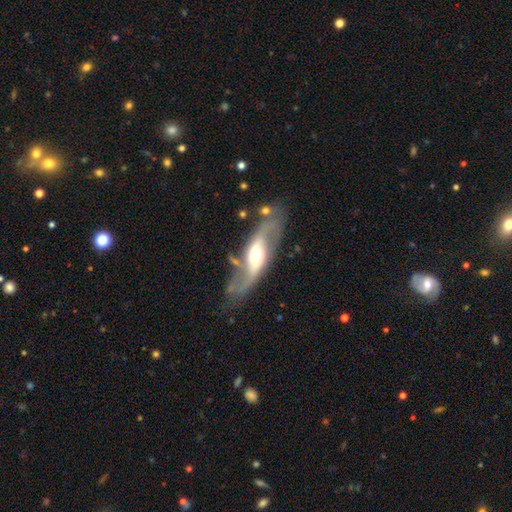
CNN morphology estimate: Smooth or featured?
  - featured or disk: 81% *
  - smooth: 13%
  - star or artifact: 5%
Edge-on disk?
  - no: 87% *
  - yes: 13%
Bar?
  - no: 45% *
  - weak: 31%
  - strong: 24%
Spiral arms?
  - yes: 90% *
  - no: 10%
Spiral winding?
  - loose: 61% *
  - medium: 29%
  - tight: 10%
Spiral arm count?
  - 2: 88% *
  - can't tell: 5%
  - 1: 4%
  - 3: 1%
  - 4: 1%
  - more than 4: 1%
Bulge size?
  - moderate: 64% *
  - small: 20%
  - large: 13%
  - dominant: 2%
  - none: 1%
Merging?
  - none: 58% *
  - minor disturbance: 20%
  - major disturbance: 15%
  - merger: 7%